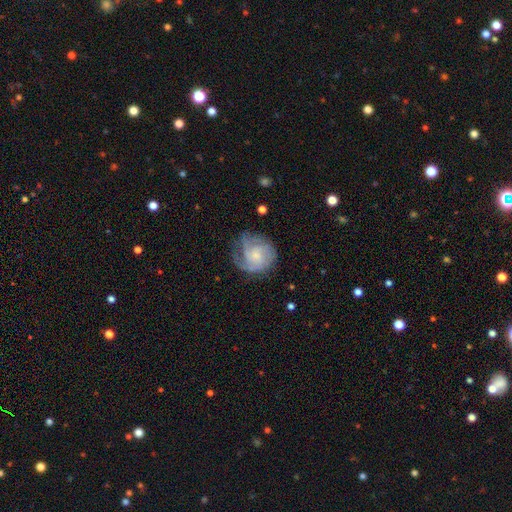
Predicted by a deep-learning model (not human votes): Smooth or featured? Predicted: featured or disk (p=0.69). Edge-on disk? Predicted: no (p=0.98). Bar? Predicted: no (p=0.71). Spiral arms? Predicted: yes (p=0.90). Spiral winding? Predicted: tight (p=0.46). Spiral arm count? Predicted: can't tell (p=0.34). Bulge size? Predicted: small (p=0.46). Merging? Predicted: none (p=0.58).